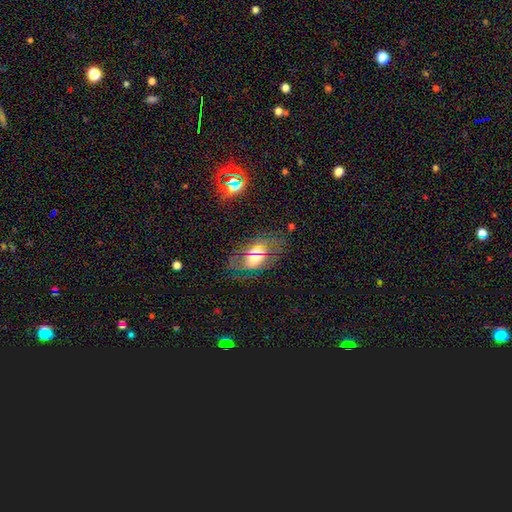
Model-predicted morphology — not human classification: smooth_or_featured: smooth (p=0.43) [alt: featured or disk p=0.38]
merging: none (p=0.71) [alt: minor disturbance p=0.17]